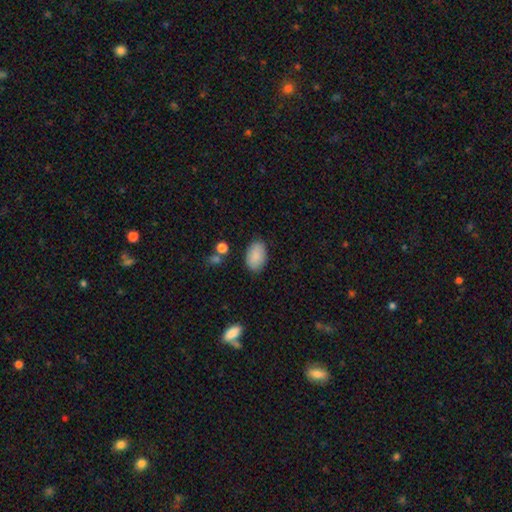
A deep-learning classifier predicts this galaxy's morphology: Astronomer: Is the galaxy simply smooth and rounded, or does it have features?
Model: smooth — 88%.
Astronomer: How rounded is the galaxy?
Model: in between — 92%.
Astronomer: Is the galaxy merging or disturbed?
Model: none — 84%.